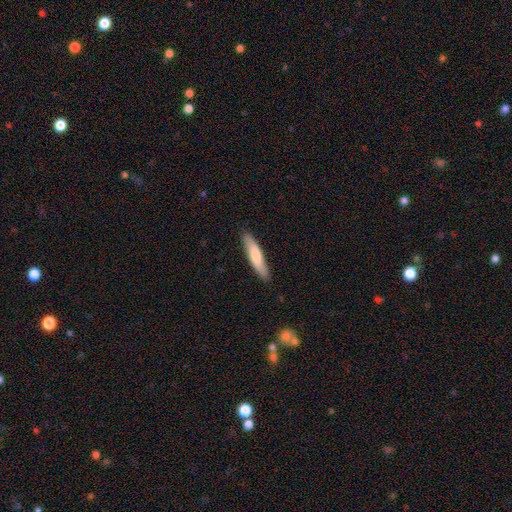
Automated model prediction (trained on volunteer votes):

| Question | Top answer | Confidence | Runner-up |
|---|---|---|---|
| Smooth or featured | smooth | 72% | featured or disk (23%) |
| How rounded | cigar-shaped | 84% | in between (14%) |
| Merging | none | 86% | minor disturbance (11%) |